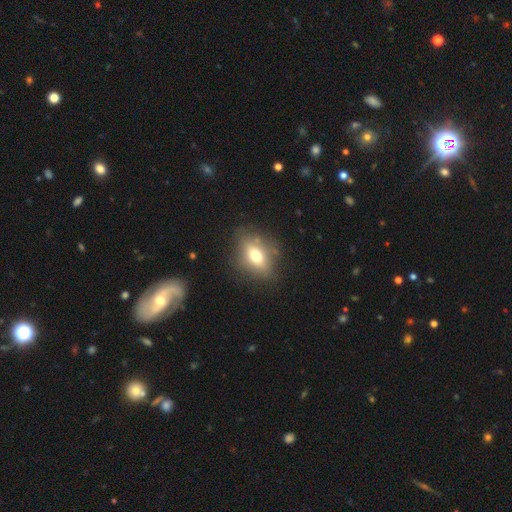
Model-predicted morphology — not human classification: Overall: smooth (66%). How rounded: in between (73%). Merging: none (77%).